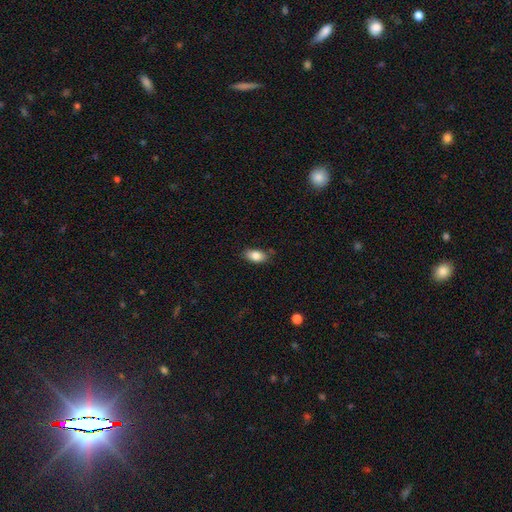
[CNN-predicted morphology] Q: Smooth or featured?
A: smooth (84%); runner-up: featured or disk (8%)
Q: How rounded?
A: in between (90%); runner-up: round (5%)
Q: Merging?
A: none (77%); runner-up: minor disturbance (18%)